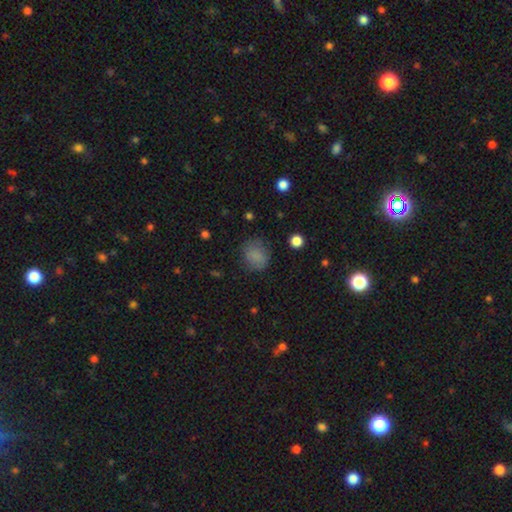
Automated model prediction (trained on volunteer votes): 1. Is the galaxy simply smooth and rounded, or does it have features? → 79% smooth, 11% star or artifact, 10% featured or disk.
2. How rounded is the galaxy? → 70% round, 29% in between, 1% cigar-shaped.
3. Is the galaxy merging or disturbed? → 72% none, 20% minor disturbance, 7% major disturbance, 1% merger.